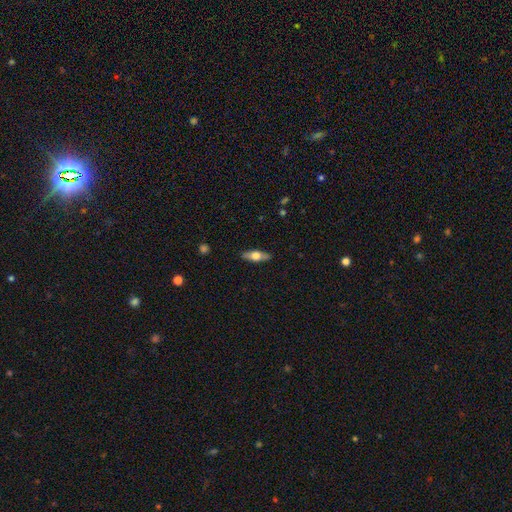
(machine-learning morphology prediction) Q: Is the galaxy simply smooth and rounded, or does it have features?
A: smooth — 49%.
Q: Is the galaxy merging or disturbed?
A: none — 88%.